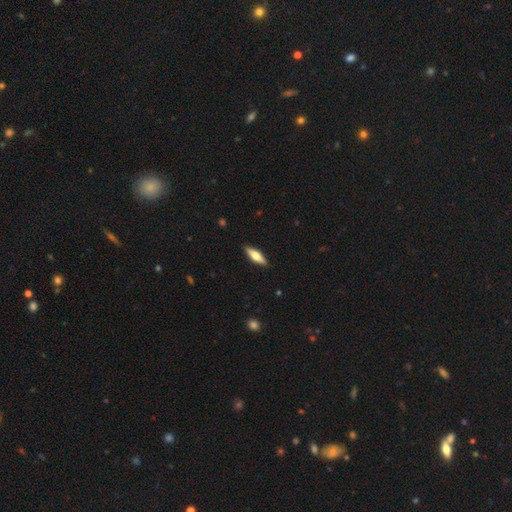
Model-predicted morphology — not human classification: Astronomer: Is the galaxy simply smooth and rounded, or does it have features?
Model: smooth — 55% (runner-up: featured or disk, 39%).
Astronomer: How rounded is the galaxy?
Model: cigar-shaped — 55% (runner-up: in between, 43%).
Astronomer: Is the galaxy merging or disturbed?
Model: none — 89%.